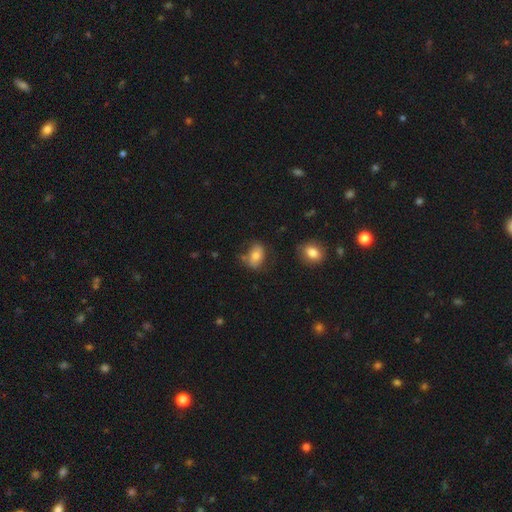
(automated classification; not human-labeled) This is likely a smooth galaxy (73%). How rounded: clearly in between (80%). Merging: likely none (61%).